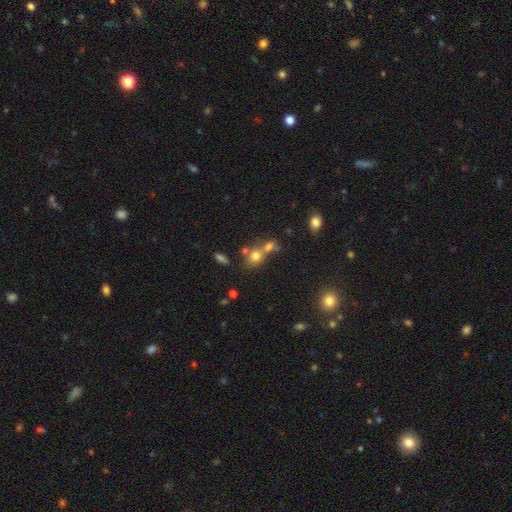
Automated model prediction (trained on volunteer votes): Smooth or featured?
  - smooth: 70% *
  - star or artifact: 15%
  - featured or disk: 14%
How rounded?
  - round: 64% *
  - in between: 34%
  - cigar-shaped: 2%
Merging?
  - merger: 50% *
  - none: 36%
  - minor disturbance: 9%
  - major disturbance: 5%